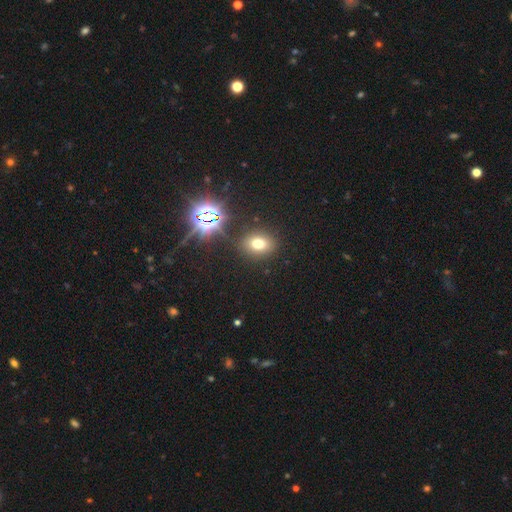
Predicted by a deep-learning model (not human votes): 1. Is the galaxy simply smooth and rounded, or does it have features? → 46% star or artifact, 45% smooth, 10% featured or disk.